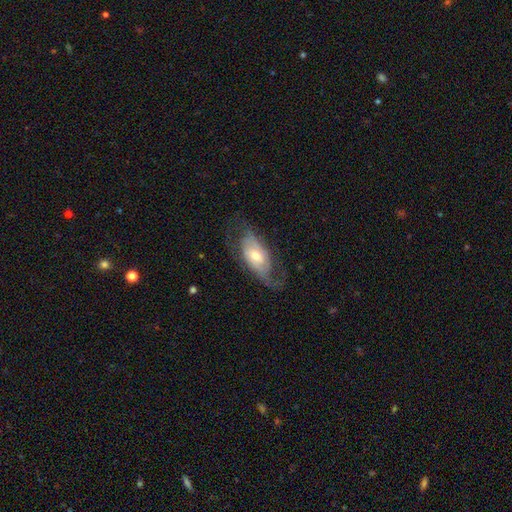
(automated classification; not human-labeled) Smooth or featured? Predicted: featured or disk (p=0.68). Edge-on disk? Predicted: no (p=0.90). Bar? Predicted: no (p=0.62). Spiral arms? Predicted: yes (p=0.81). Bulge size? Predicted: moderate (p=0.56). Merging? Predicted: none (p=0.56).